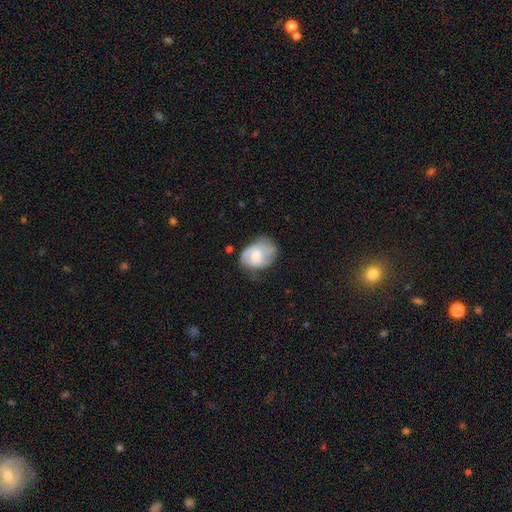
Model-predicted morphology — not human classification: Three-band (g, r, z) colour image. It shows a featured or disk galaxy (57%) with no bar (63%), spiral arms (79%) and a moderate central bulge (57%). Merging: none (52%).